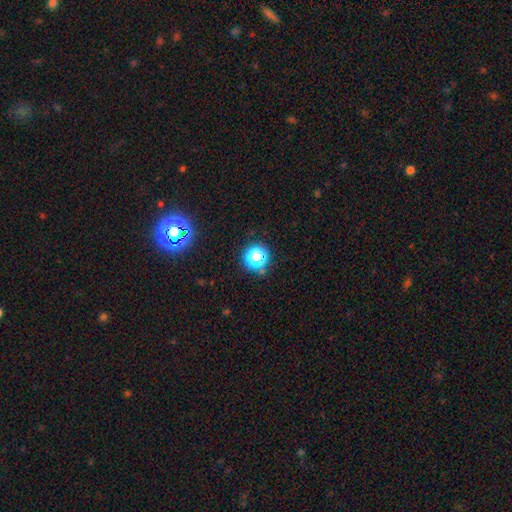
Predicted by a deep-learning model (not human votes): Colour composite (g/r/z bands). It shows a star or artifact, not a galaxy (48%).